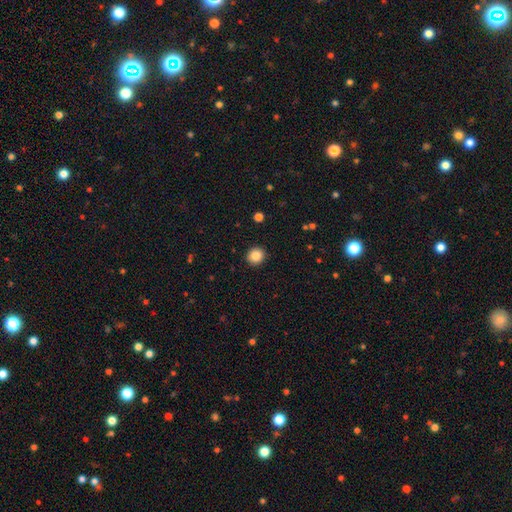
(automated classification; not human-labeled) A smooth galaxy with no disk features (86%) that is round (90%). Merging: none (92%).